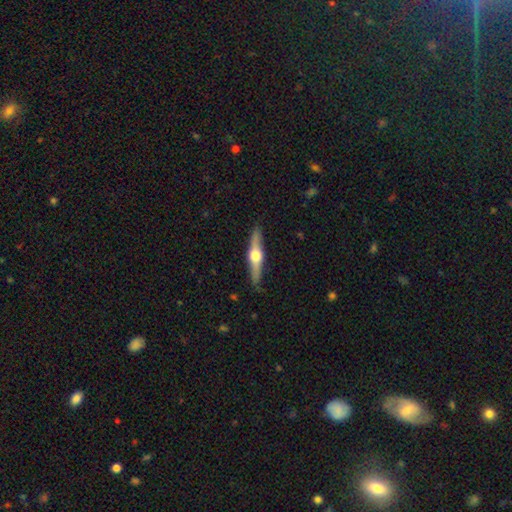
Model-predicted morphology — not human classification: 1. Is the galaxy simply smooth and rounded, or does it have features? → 73% featured or disk, 22% smooth, 5% star or artifact.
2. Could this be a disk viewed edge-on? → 97% yes, 3% no.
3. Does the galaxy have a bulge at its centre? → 96% rounded, 3% boxy, 1% none.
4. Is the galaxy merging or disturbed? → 89% none, 9% minor disturbance, 2% major disturbance, 1% merger.